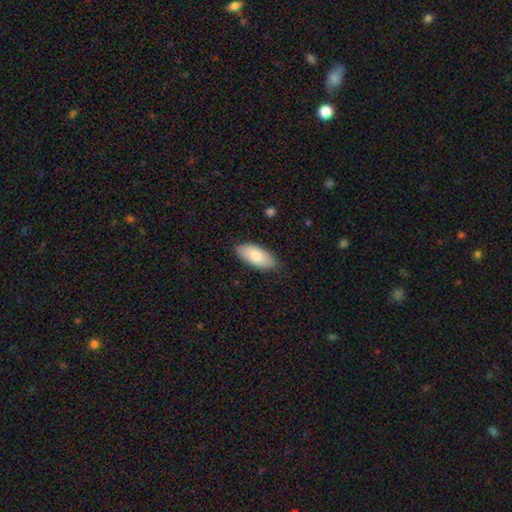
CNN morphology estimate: Overall: smooth (78%). How rounded: in between (91%). Merging: none (82%).